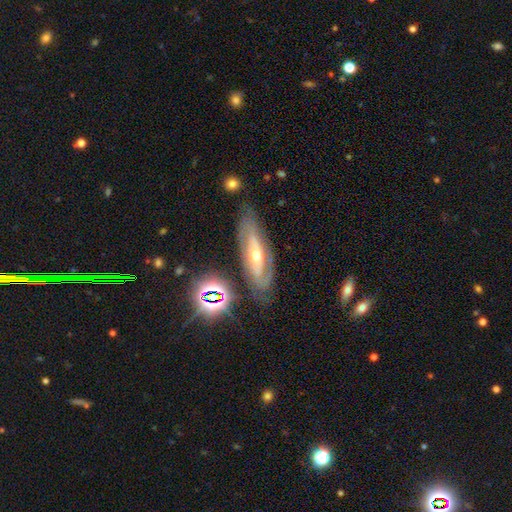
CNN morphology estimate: smooth-or-featured: featured or disk: 75% | smooth: 15% | star or artifact: 9%
  disk-edge-on: no: 83% | yes: 17%
    bar: no: 53% | weak: 25% | strong: 22%
    has-spiral-arms: yes: 78% | no: 22%
    bulge-size: moderate: 50% | small: 45% | large: 3% | none: 1% | dominant: 1%
  merging: none: 73% | minor disturbance: 17% | major disturbance: 7% | merger: 3%